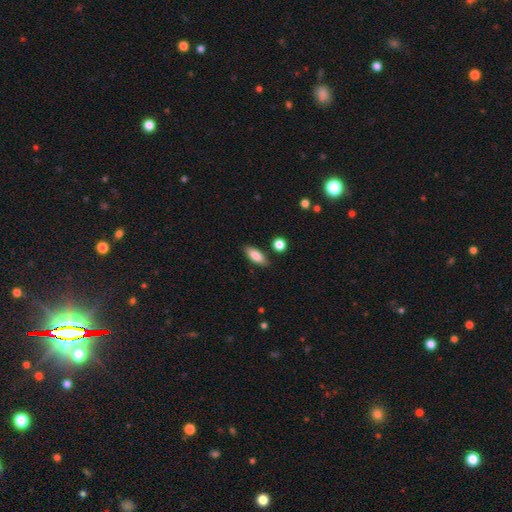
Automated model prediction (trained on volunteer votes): Smooth or featured: smooth — 85% (featured or disk — 9%)
How rounded: in between — 77% (cigar-shaped — 20%)
Merging: none — 84% (minor disturbance — 11%)